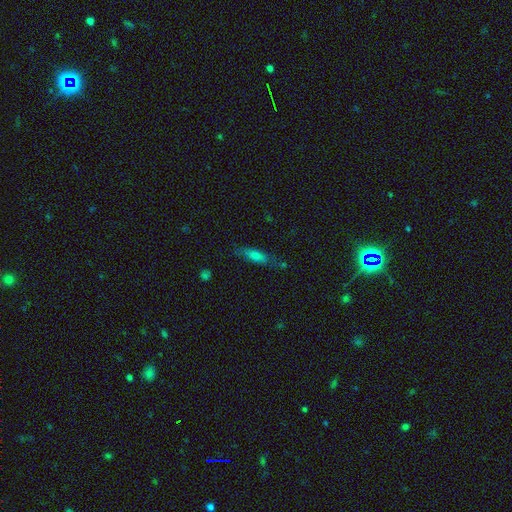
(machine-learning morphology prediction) Smooth or featured? smooth (73%)
How rounded? cigar-shaped (56%)
Merging? none (66%)